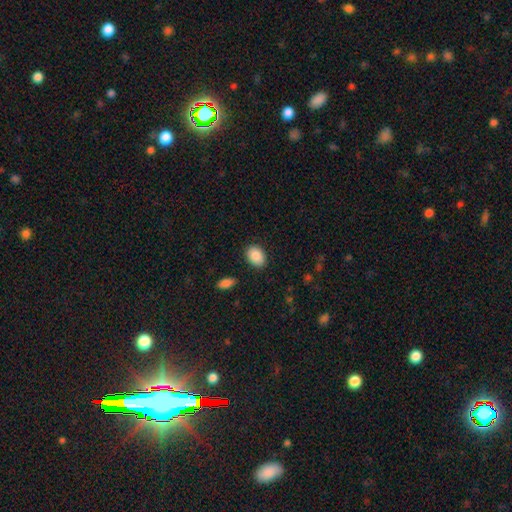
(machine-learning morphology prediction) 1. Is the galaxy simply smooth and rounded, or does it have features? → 88% smooth, 7% star or artifact, 5% featured or disk.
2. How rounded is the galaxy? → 77% in between, 22% round, 1% cigar-shaped.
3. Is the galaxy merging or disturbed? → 87% none, 9% minor disturbance, 2% major disturbance, 2% merger.